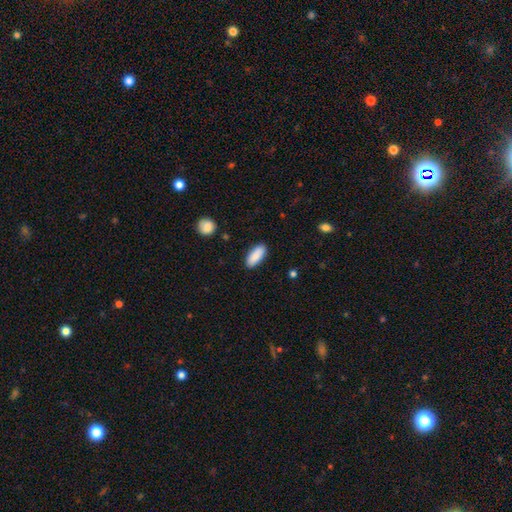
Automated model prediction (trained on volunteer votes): Q: Smooth or featured?
A: smooth (89%); runner-up: star or artifact (6%)
Q: How rounded?
A: in between (80%); runner-up: cigar-shaped (18%)
Q: Merging?
A: none (88%); runner-up: minor disturbance (9%)